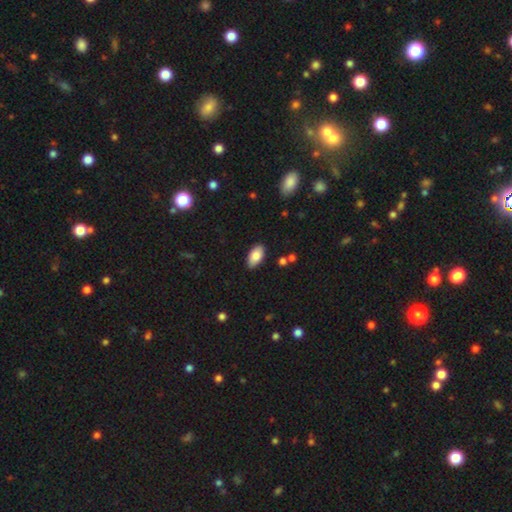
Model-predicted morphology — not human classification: Smooth or featured? smooth (83%)
How rounded? in between (94%)
Merging? none (87%)